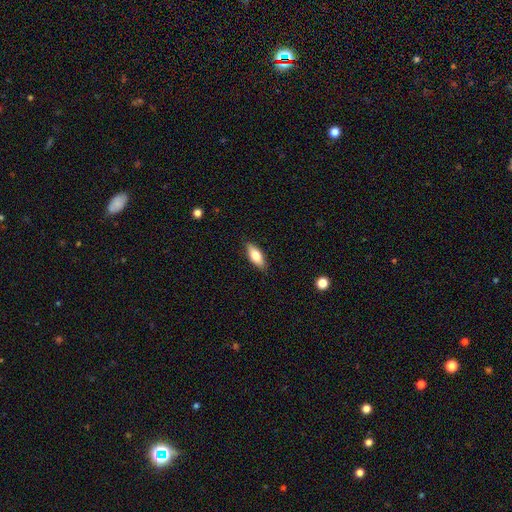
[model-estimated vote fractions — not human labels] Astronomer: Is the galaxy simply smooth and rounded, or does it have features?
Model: smooth — 73%.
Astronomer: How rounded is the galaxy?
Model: in between — 75%.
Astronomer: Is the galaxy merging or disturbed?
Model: none — 87%.